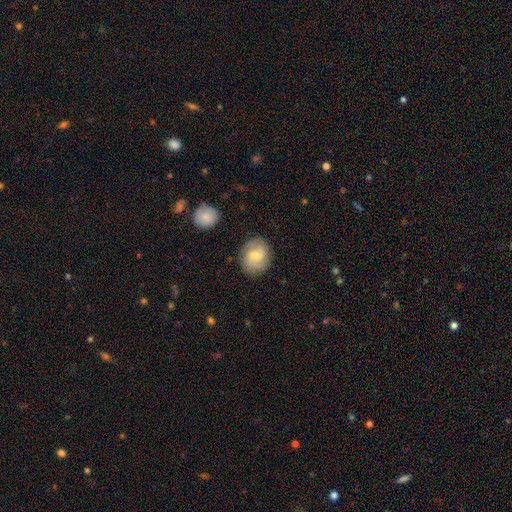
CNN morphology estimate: This is possibly a featured or disk galaxy (53%). It is clearly not viewed edge-on (97%). Bar: possibly weak (50%). Spiral arm pattern: clearly yes (89%). Central bulge: possibly moderate (49%). Merging: clearly none (82%).